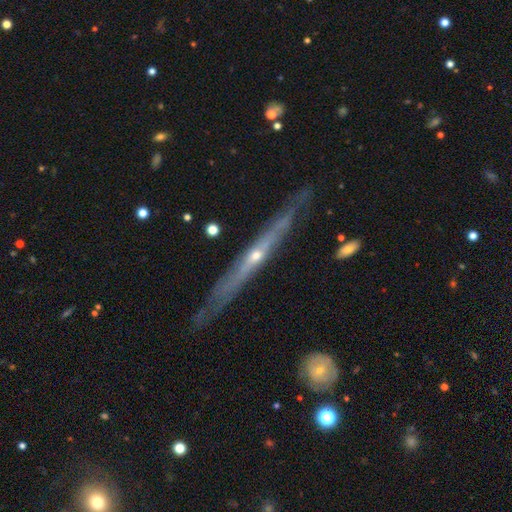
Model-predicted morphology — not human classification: smooth_or_featured: featured or disk (p=0.80) [alt: smooth p=0.14]
disk_edge_on: yes (p=0.90) [alt: no p=0.10]
edge_on_bulge: rounded (p=0.67) [alt: none p=0.30]
merging: none (p=0.76) [alt: minor disturbance p=0.18]